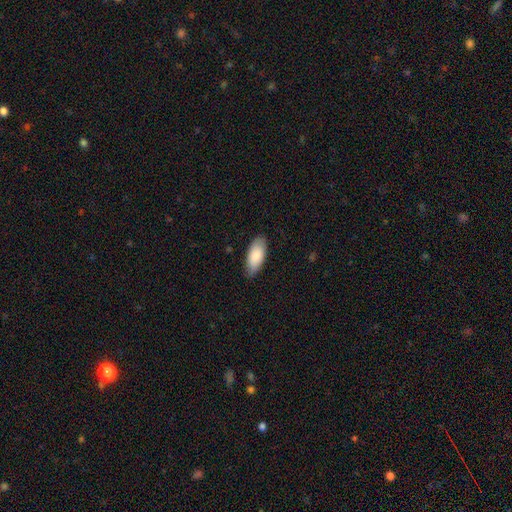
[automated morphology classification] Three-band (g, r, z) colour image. It shows a smooth galaxy with no disk features (85%) that is in between round and cigar-shaped (89%). Merging: none (83%).